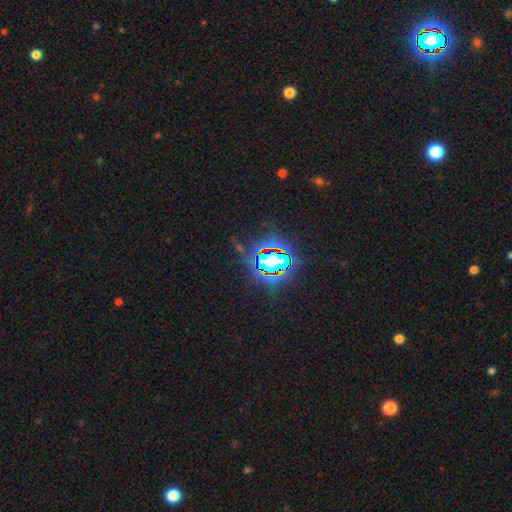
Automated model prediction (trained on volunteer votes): The model was most divided on "smooth or featured": star or artifact: 83%, smooth: 11%, featured or disk: 7%.